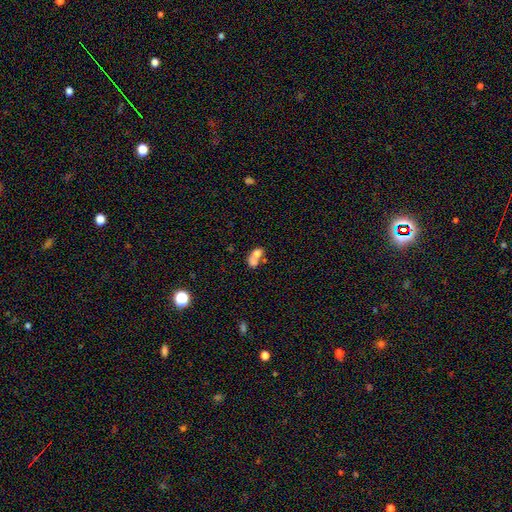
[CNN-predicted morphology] This appears to be a smooth galaxy with no disk features (69%) that is in between round and cigar-shaped (57%). Merging: merger (71%).